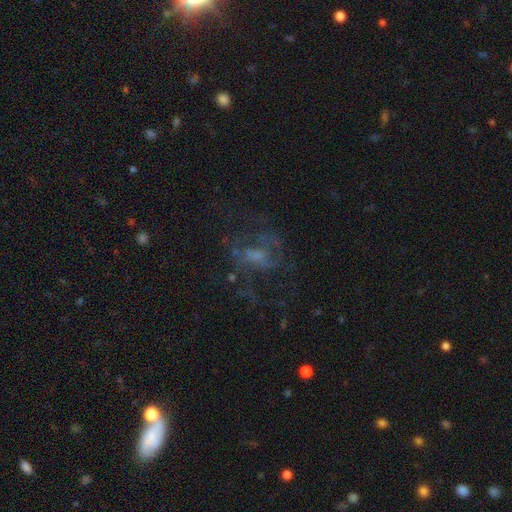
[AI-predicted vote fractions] smooth_or_featured: featured or disk (p=0.59) [alt: smooth p=0.21]
disk_edge_on: no (p=0.96) [alt: yes p=0.04]
bar: no (p=0.61) [alt: weak p=0.32]
has_spiral_arms: no (p=0.50) [tied with: yes p=0.50]
bulge_size: small (p=0.34) [alt: none p=0.31]
merging: none (p=0.49) [alt: major disturbance p=0.32]